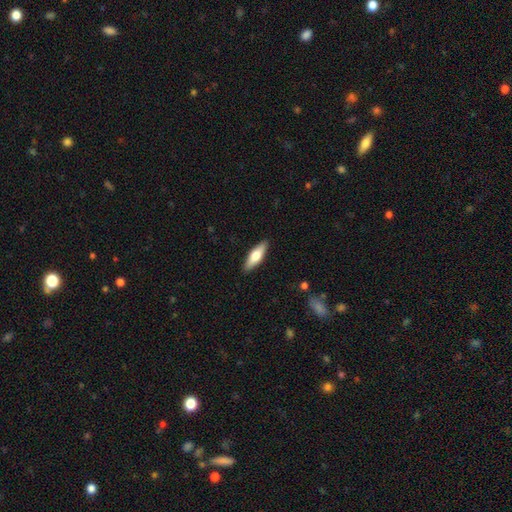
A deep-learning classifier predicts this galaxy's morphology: Smooth or featured: smooth — 65% (featured or disk — 30%)
How rounded: in between — 53% (cigar-shaped — 45%)
Merging: none — 89% (minor disturbance — 8%)